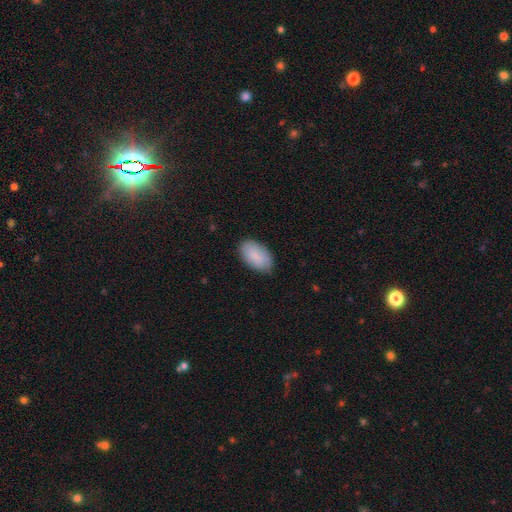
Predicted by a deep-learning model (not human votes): Smooth or featured: smooth — 87% (featured or disk — 7%)
How rounded: in between — 94% (round — 4%)
Merging: none — 80% (minor disturbance — 16%)